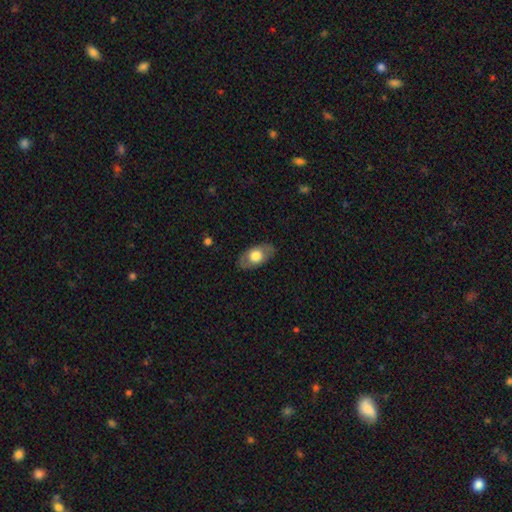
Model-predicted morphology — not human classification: A smooth galaxy with no disk features (63%) that is in between round and cigar-shaped (89%). Merging: none (83%).